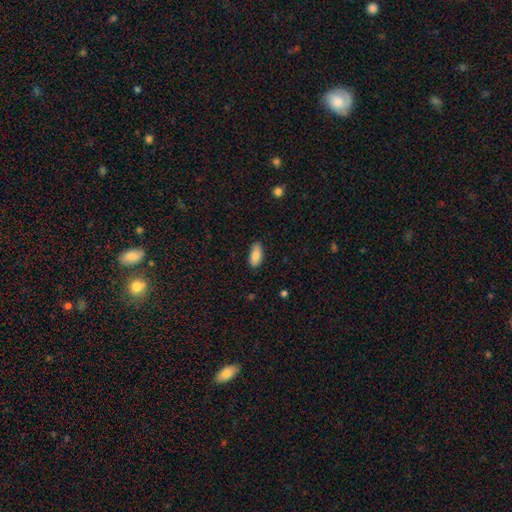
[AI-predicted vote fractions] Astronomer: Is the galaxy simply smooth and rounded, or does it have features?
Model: smooth — 85%.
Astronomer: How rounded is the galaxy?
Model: in between — 90%.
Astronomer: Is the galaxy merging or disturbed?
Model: none — 81%.